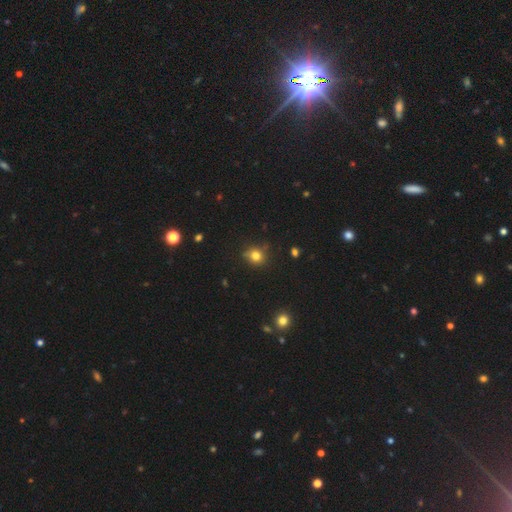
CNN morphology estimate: type=smooth (78%); roundness=round (81%); merging=none (76%).